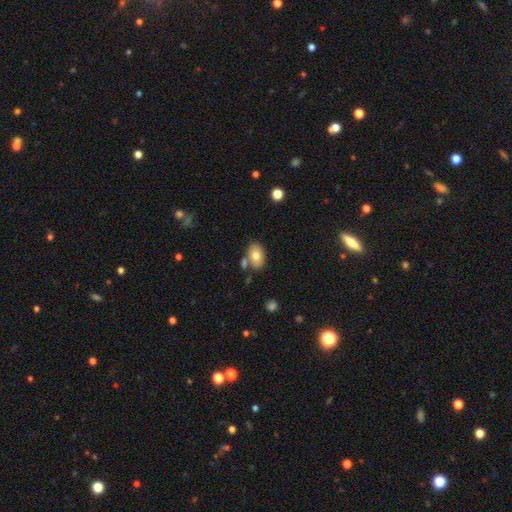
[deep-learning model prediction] Smooth or featured? smooth (76%)
How rounded? in between (87%)
Merging? none (66%)